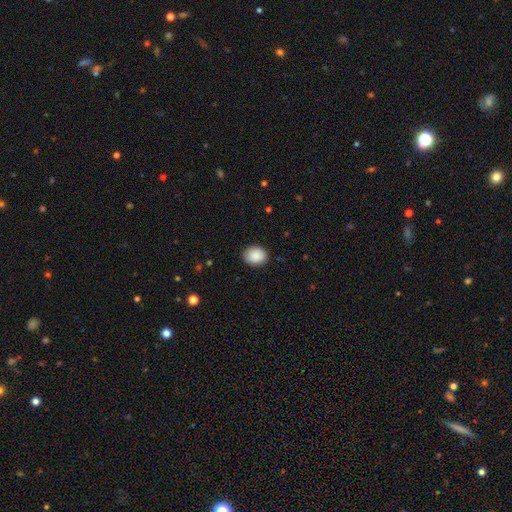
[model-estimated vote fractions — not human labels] A smooth galaxy with no disk features (89%) that is in between round and cigar-shaped (52%). Merging: none (85%).